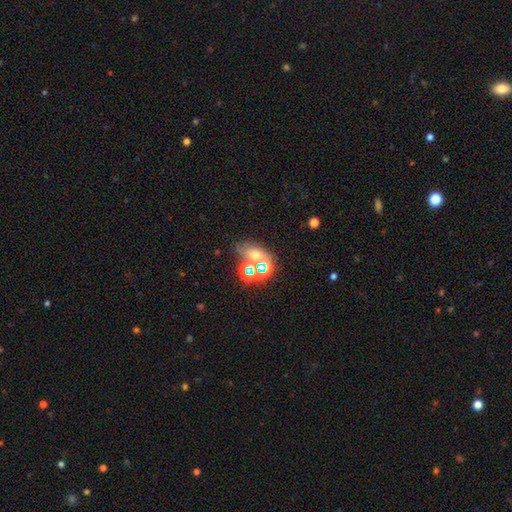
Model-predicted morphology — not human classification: type=star or artifact (42%).